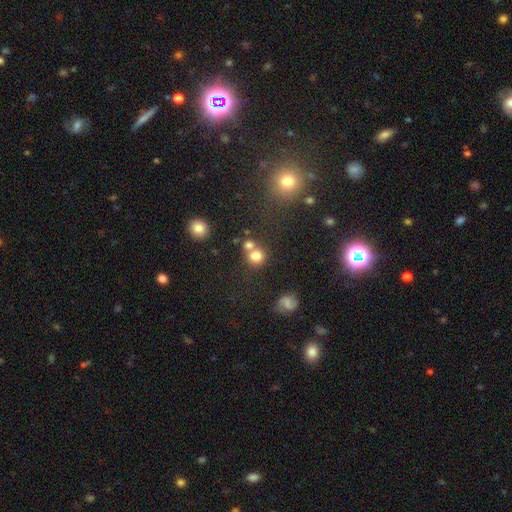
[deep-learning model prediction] Smooth or featured: smooth — 76% (star or artifact — 14%)
How rounded: round — 85% (in between — 14%)
Merging: none — 49% (merger — 39%)